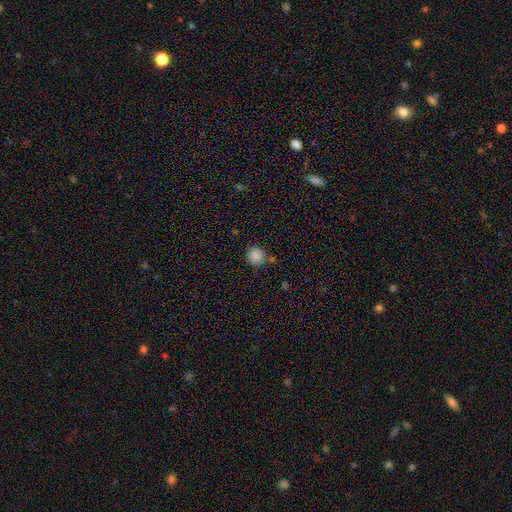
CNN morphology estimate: The model was most divided on "merging": none: 75%, minor disturbance: 13%, merger: 8%, major disturbance: 4%. More confident: how rounded — round (90%); smooth or featured — smooth (86%).